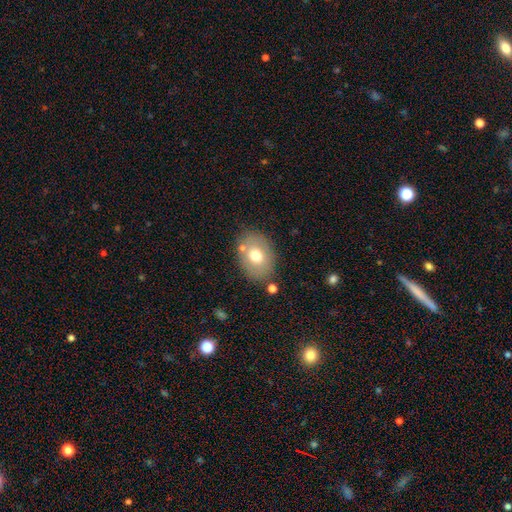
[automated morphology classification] Smooth or featured: smooth — 68% (featured or disk — 23%)
How rounded: in between — 72% (round — 27%)
Merging: none — 77% (minor disturbance — 13%)